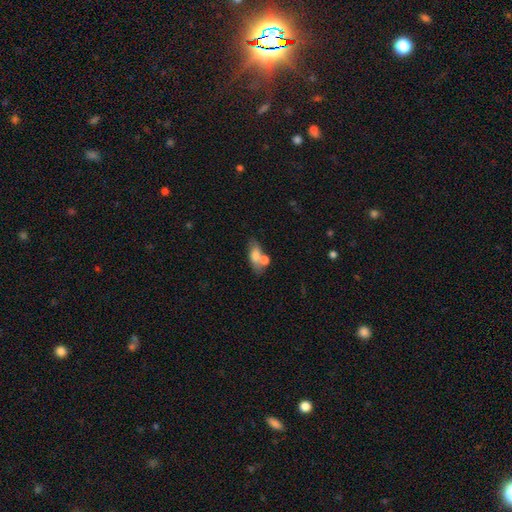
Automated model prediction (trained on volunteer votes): Overall: smooth (70%). How rounded: in between (81%). Merging: none (43%; merger 36%).